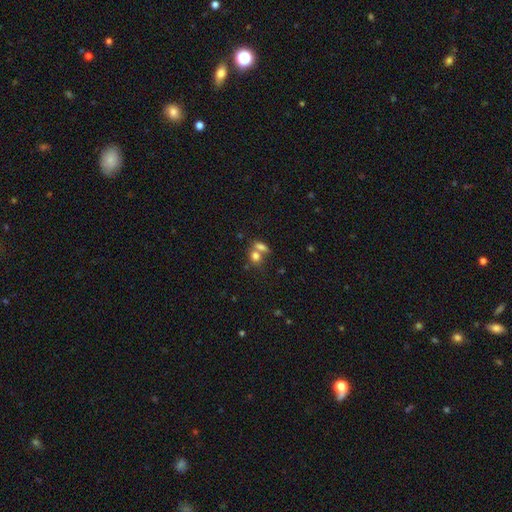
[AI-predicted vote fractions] This appears to be a smooth galaxy with no disk features (75%) that is in between round and cigar-shaped (54%). Merging: merger (51%).